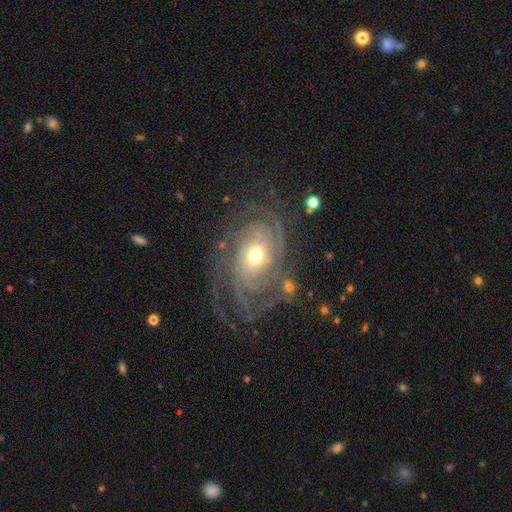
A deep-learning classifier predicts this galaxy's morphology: type=featured or disk (89%); edge-on=no (96%); bar=no (74%); spiral arms=yes (96%); winding=tight (68%); arm count=can't tell (26%); bulge=moderate (57%); merging=none (68%).